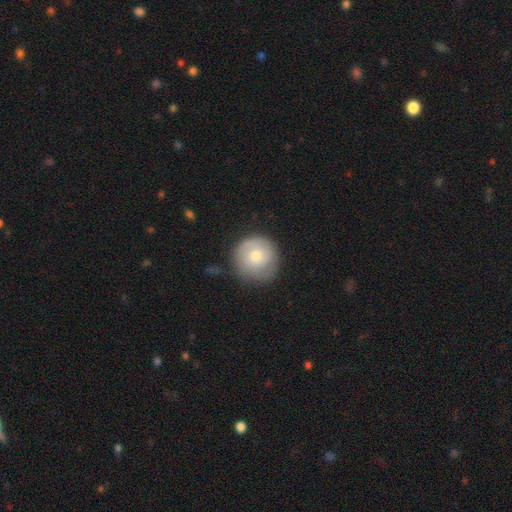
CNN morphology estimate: smooth 61%, featured or disk 32%, star or artifact 7%. Down the decision tree: how rounded — round (94%); merging — none (74%).